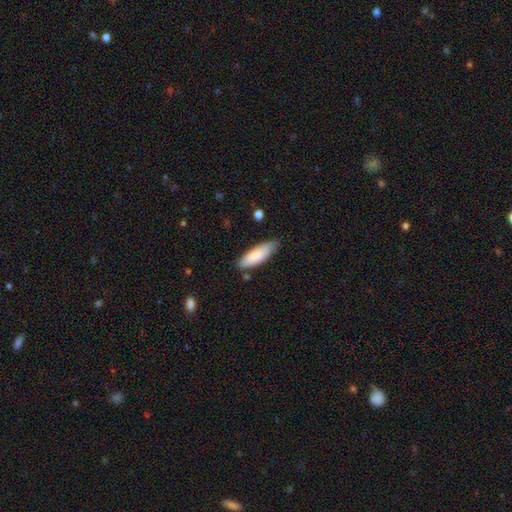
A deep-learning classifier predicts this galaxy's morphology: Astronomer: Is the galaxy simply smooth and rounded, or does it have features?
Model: smooth — 84%.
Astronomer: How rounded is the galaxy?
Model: in between — 58% (runner-up: cigar-shaped, 41%).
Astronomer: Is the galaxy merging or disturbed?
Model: none — 76%.